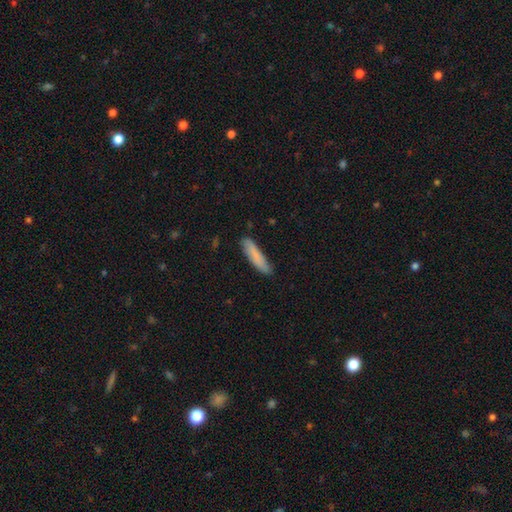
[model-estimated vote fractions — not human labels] smooth 82%, featured or disk 12%, star or artifact 6%. Down the decision tree: how rounded — cigar-shaped (84%); merging — none (85%).